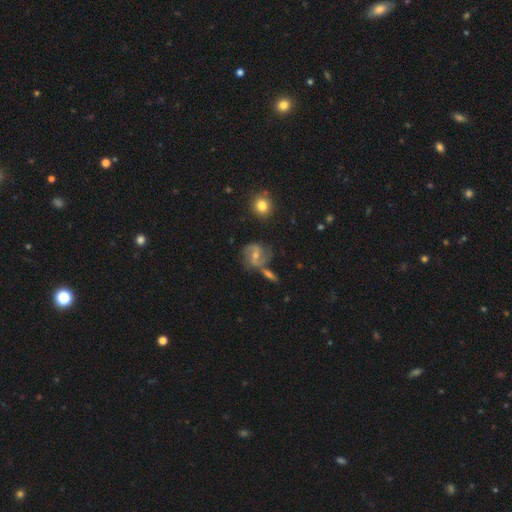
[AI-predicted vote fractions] Smooth or featured? featured or disk (74%)
Edge-on disk? no (96%)
Bar? weak (47%)
Spiral arms? yes (93%)
Spiral winding? medium (52%)
Spiral arm count? 2 (83%)
Bulge size? moderate (48%)
Merging? none (60%)